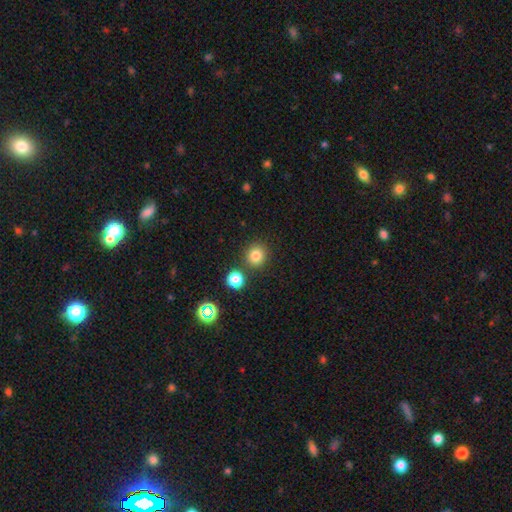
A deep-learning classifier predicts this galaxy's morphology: A smooth galaxy with no disk features (81%) that is round (91%). Merging: none (82%).